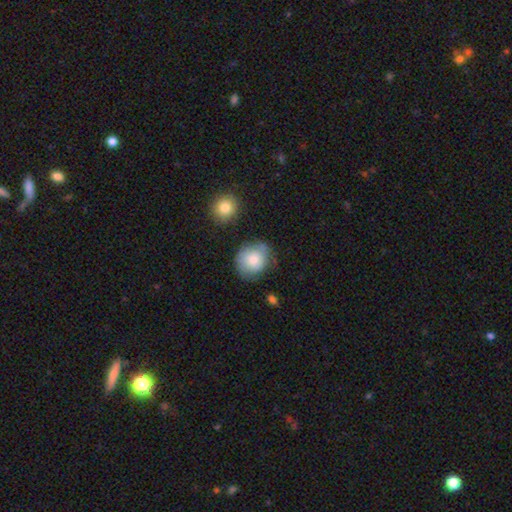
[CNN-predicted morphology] Smooth or featured?
  - smooth: 75% *
  - featured or disk: 18%
  - star or artifact: 7%
How rounded?
  - round: 75% *
  - in between: 24%
  - cigar-shaped: 1%
Merging?
  - none: 65% *
  - minor disturbance: 24%
  - major disturbance: 7%
  - merger: 4%